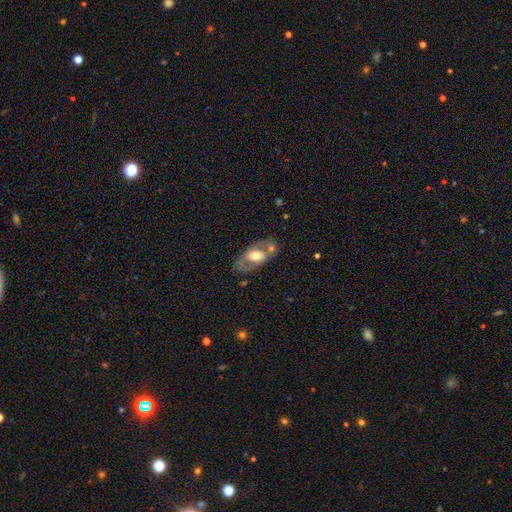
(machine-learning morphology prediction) Smooth or featured? featured or disk (54%)
Edge-on disk? no (88%)
Merging? none (53%)